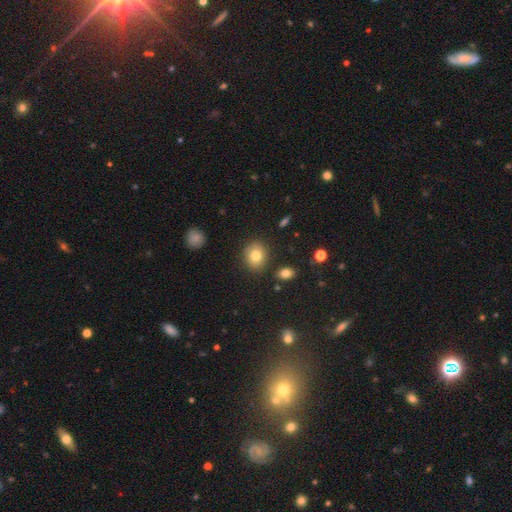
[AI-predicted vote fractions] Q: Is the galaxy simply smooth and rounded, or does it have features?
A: smooth — 79%.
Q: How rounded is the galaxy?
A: round — 63%.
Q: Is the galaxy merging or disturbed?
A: none — 85%.